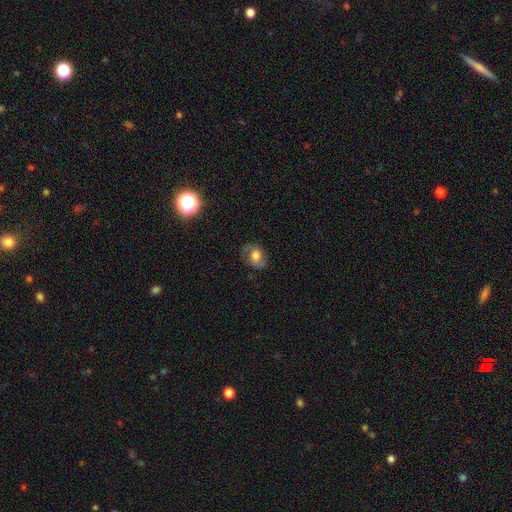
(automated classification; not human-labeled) Q: Smooth or featured?
A: smooth (45%); runner-up: featured or disk (44%)
Q: Merging?
A: none (69%); runner-up: minor disturbance (20%)